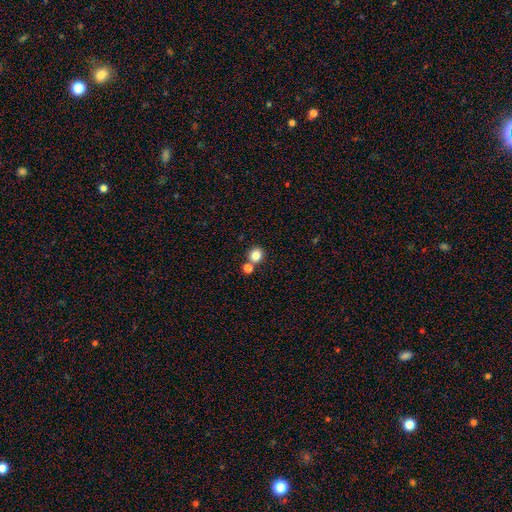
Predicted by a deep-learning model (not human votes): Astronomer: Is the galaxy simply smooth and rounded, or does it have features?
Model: smooth — 83%.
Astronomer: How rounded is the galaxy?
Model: round — 83%.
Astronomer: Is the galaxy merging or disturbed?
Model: none — 65%.